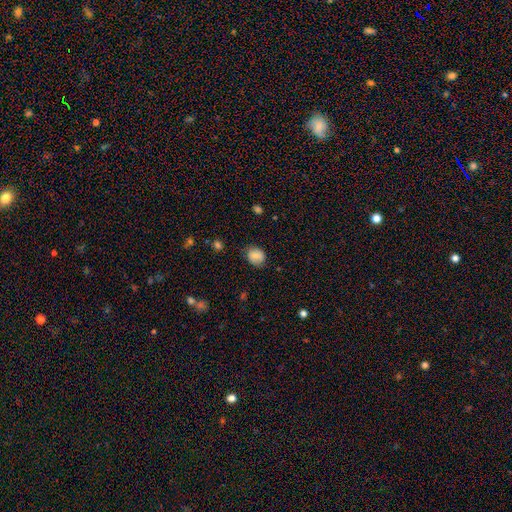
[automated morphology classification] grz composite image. It shows a smooth galaxy with no disk features (76%) that is round (51%). Merging: none (72%).